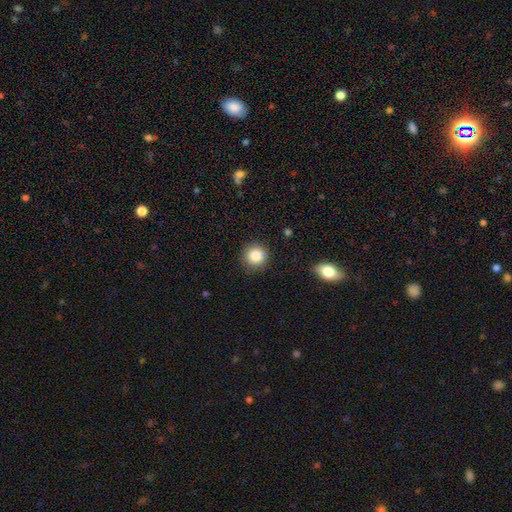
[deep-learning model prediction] Smooth or featured? Predicted: smooth (p=0.83). How rounded? Predicted: round (p=0.92). Merging? Predicted: none (p=0.88).